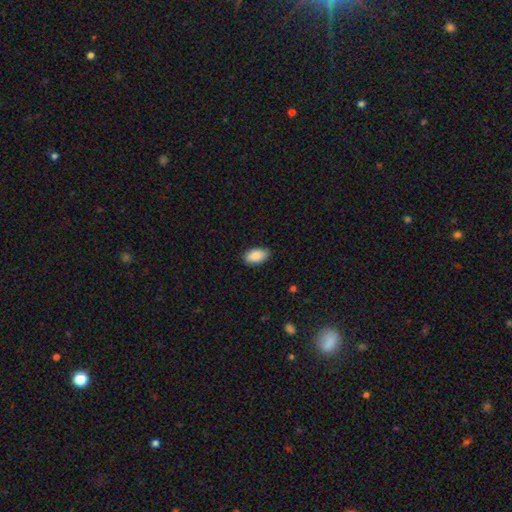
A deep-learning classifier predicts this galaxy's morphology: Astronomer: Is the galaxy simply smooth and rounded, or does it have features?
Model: smooth — 87%.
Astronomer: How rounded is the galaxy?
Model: in between — 94%.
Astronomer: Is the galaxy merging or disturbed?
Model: none — 86%.